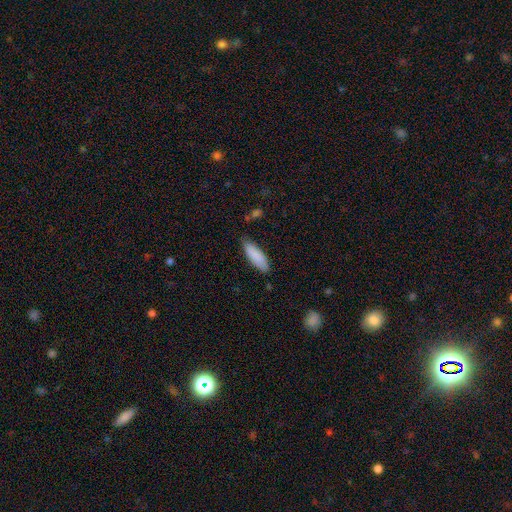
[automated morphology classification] smooth-or-featured: smooth: 87% | featured or disk: 8% | star or artifact: 6%
  how-rounded: in between: 58% | cigar-shaped: 40% | round: 1%
  merging: none: 79% | minor disturbance: 16% | major disturbance: 3% | merger: 2%